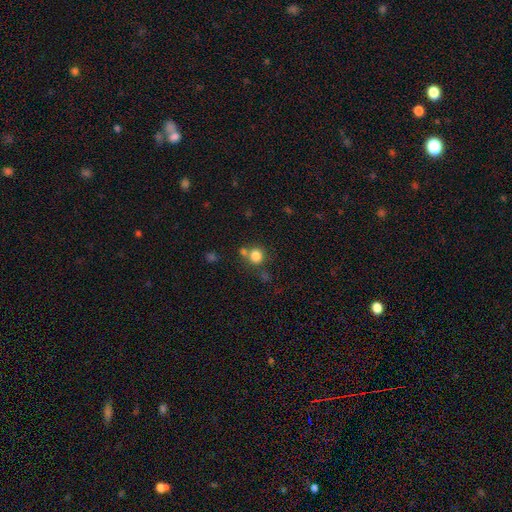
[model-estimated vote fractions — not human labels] smooth_or_featured: smooth (p=0.82) [alt: star or artifact p=0.12]
how_rounded: round (p=0.83) [alt: in between p=0.16]
merging: none (p=0.61) [alt: merger p=0.24]